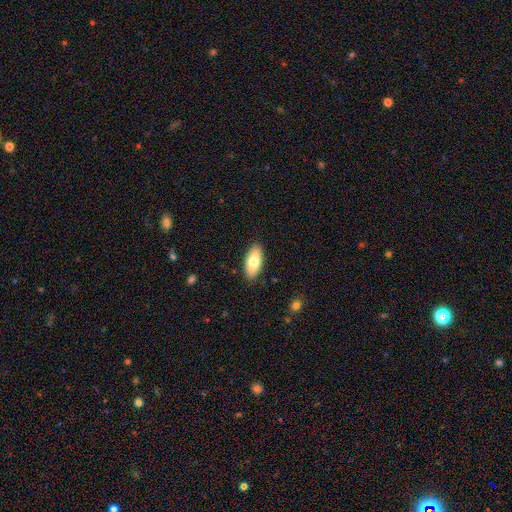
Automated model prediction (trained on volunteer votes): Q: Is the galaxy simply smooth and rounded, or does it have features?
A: smooth — 76%.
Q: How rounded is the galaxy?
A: in between — 88%.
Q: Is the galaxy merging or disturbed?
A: none — 89%.